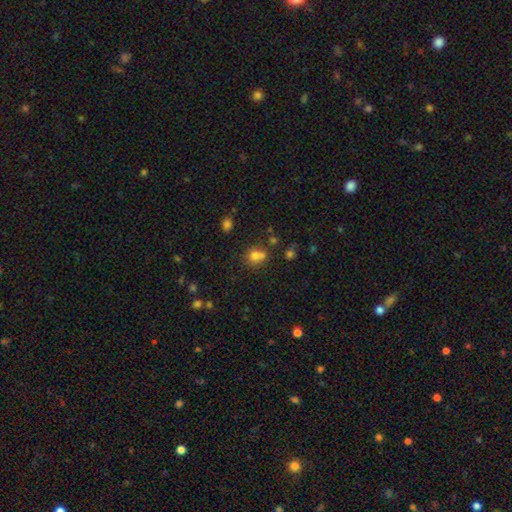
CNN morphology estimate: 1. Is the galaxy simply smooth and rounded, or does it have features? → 72% smooth, 17% star or artifact, 12% featured or disk.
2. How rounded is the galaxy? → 70% round, 29% in between, 1% cigar-shaped.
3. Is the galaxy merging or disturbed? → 44% none, 39% merger, 12% minor disturbance, 5% major disturbance.